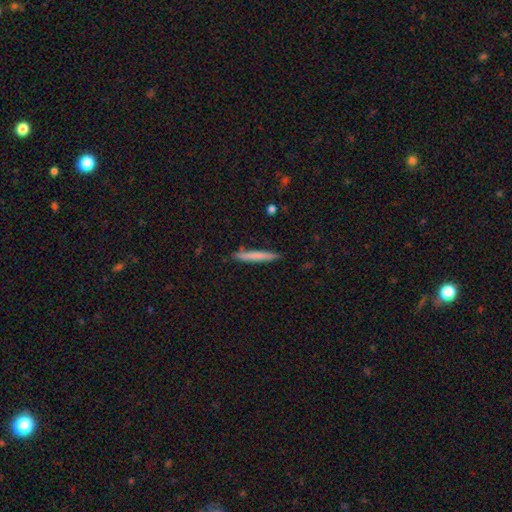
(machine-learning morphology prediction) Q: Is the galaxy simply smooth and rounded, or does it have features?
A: smooth — 71%.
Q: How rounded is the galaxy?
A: cigar-shaped — 96%.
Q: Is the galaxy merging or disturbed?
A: none — 88%.